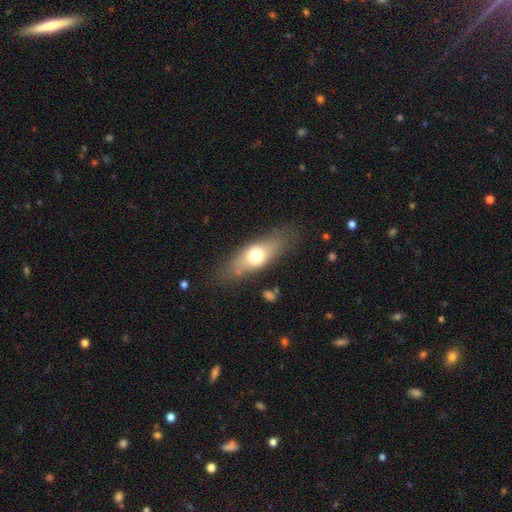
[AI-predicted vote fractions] smooth_or_featured: smooth (p=0.63) [alt: featured or disk p=0.29]
how_rounded: in between (p=0.64) [alt: cigar-shaped p=0.30]
merging: none (p=0.76) [alt: minor disturbance p=0.15]